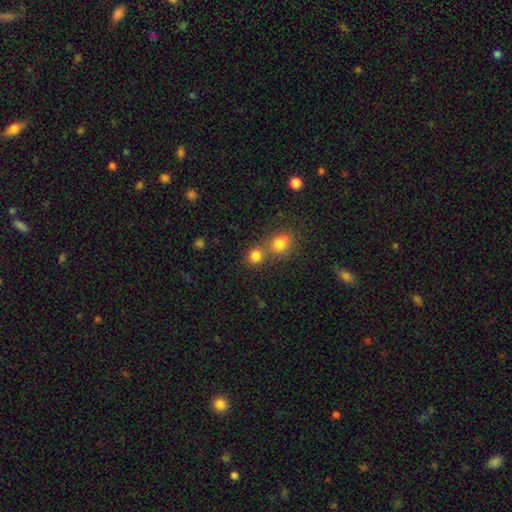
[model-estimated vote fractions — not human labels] Smooth or featured: smooth — 80% (star or artifact — 13%)
How rounded: round — 84% (in between — 15%)
Merging: none — 51% (merger — 40%)